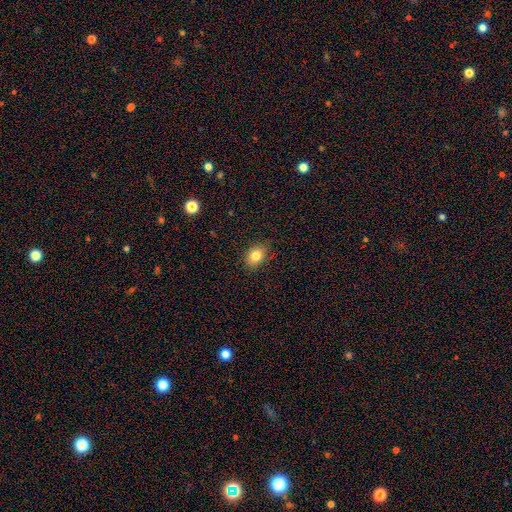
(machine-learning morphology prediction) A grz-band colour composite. It shows a smooth galaxy with no disk features (81%) that is in between round and cigar-shaped (73%). Merging: none (86%).